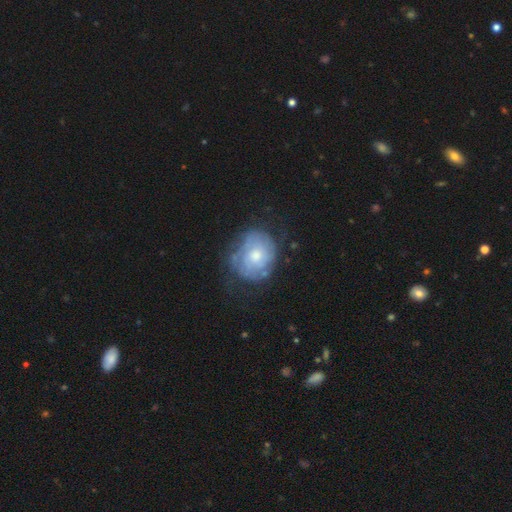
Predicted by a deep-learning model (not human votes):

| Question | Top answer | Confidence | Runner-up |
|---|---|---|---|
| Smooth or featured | featured or disk | 67% | smooth (27%) |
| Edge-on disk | no | 97% | yes (3%) |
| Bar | no | 79% | weak (18%) |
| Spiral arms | yes | 78% | no (22%) |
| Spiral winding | tight | 66% | medium (25%) |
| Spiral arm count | can't tell | 54% | 2 (22%) |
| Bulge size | moderate | 56% | small (34%) |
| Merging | none | 63% | minor disturbance (23%) |